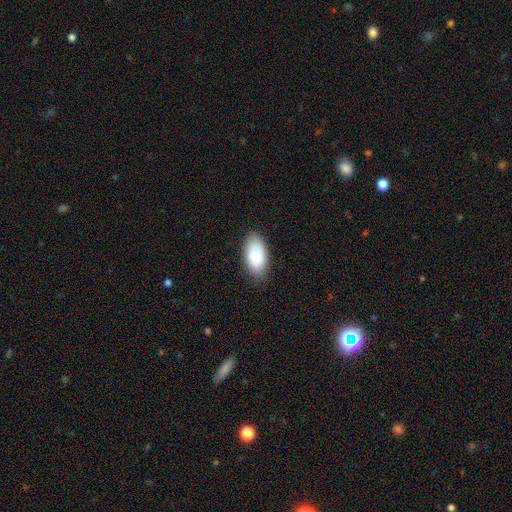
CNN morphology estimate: type=smooth (85%); roundness=in between (94%); merging=none (83%).